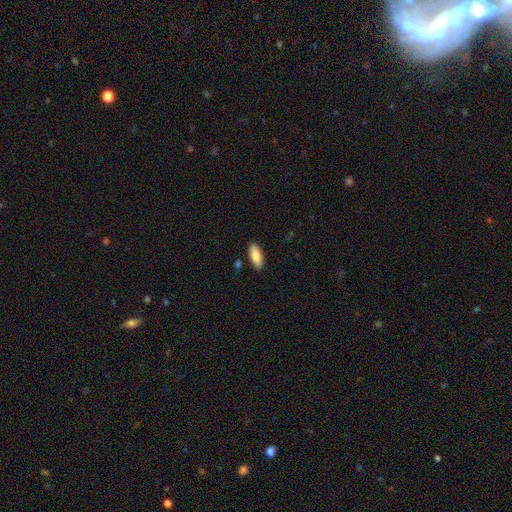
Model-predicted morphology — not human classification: Smooth or featured?
  - smooth: 84% *
  - featured or disk: 10%
  - star or artifact: 6%
How rounded?
  - in between: 78% *
  - cigar-shaped: 20%
  - round: 2%
Merging?
  - none: 87% *
  - minor disturbance: 9%
  - merger: 2%
  - major disturbance: 2%